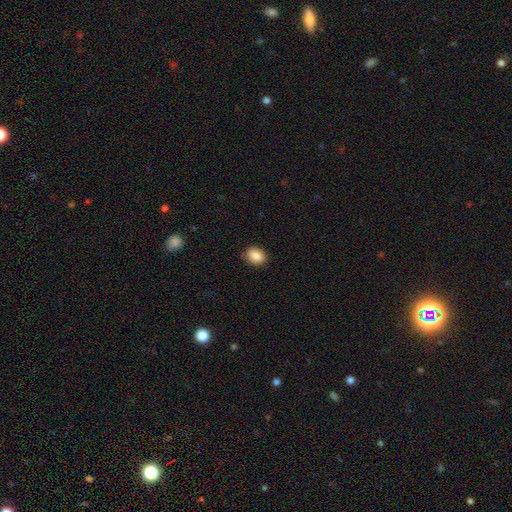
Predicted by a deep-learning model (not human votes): Smooth or featured? smooth (88%)
How rounded? in between (62%)
Merging? none (85%)